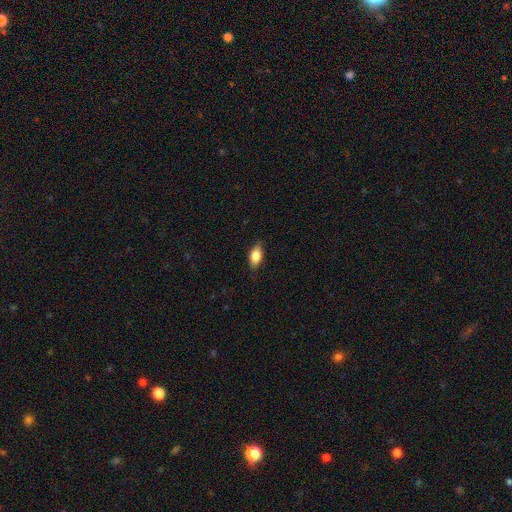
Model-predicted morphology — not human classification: Smooth or featured: smooth — 79% (featured or disk — 13%)
How rounded: in between — 87% (cigar-shaped — 8%)
Merging: none — 84% (minor disturbance — 12%)